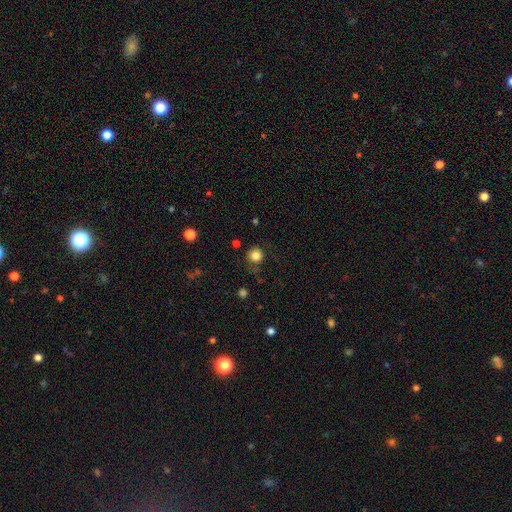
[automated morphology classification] smooth 83%, star or artifact 12%, featured or disk 5%. Down the decision tree: how rounded — round (92%); merging — none (76%).